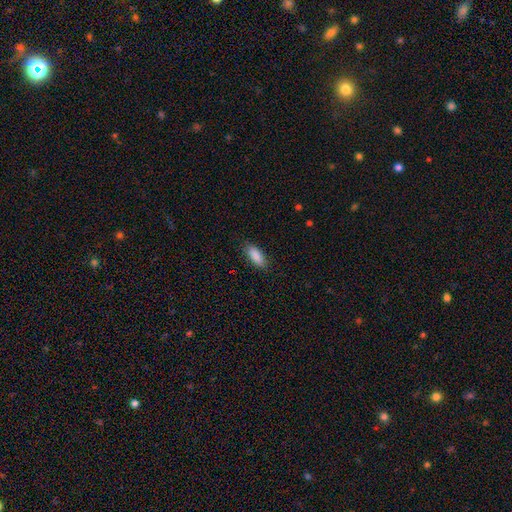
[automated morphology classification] This is clearly a smooth galaxy (89%). How rounded: likely in between (77%). Merging: clearly none (86%).